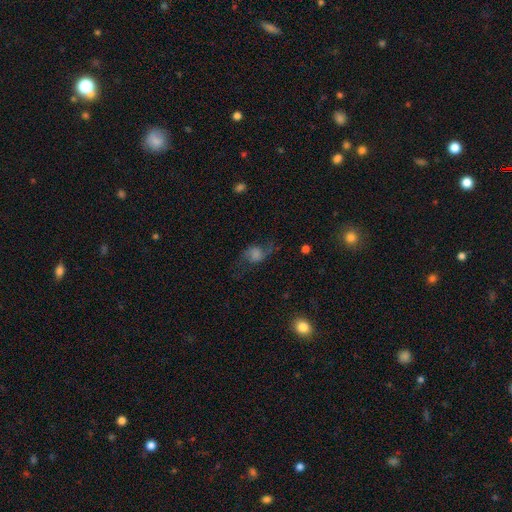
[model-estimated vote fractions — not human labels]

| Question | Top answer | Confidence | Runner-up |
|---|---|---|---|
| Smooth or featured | featured or disk | 51% | smooth (32%) |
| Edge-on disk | no | 93% | yes (7%) |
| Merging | none | 59% | minor disturbance (20%) |